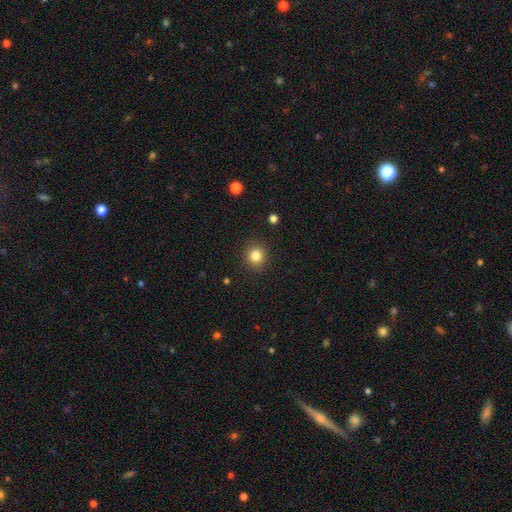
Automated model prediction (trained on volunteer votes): Smooth or featured? smooth (83%)
How rounded? round (87%)
Merging? none (90%)